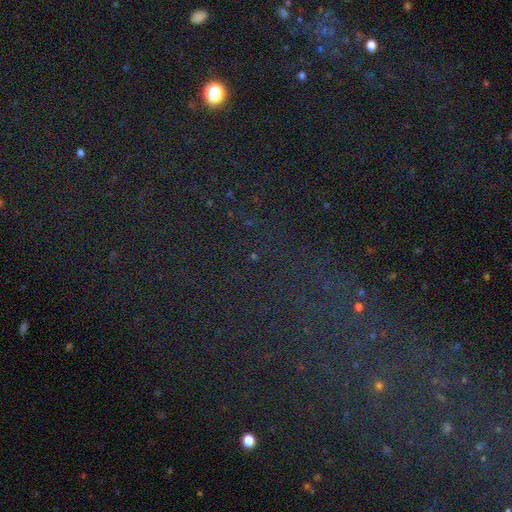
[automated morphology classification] The model was most divided on "smooth or featured": star or artifact: 81%, smooth: 11%, featured or disk: 8%.